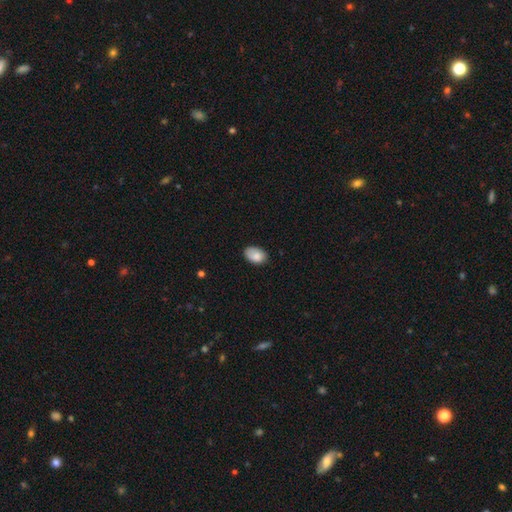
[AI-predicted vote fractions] Smooth or featured: smooth — 85% (featured or disk — 8%)
How rounded: in between — 88% (round — 11%)
Merging: none — 74% (minor disturbance — 21%)